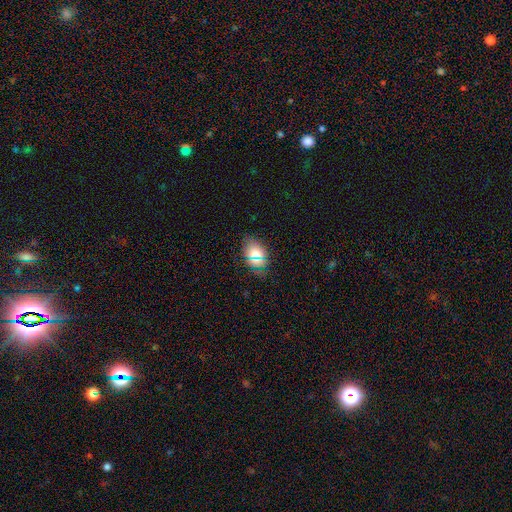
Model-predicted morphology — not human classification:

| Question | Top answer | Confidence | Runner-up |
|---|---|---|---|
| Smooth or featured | smooth | 72% | star or artifact (18%) |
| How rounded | in between | 82% | round (15%) |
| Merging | none | 82% | minor disturbance (13%) |